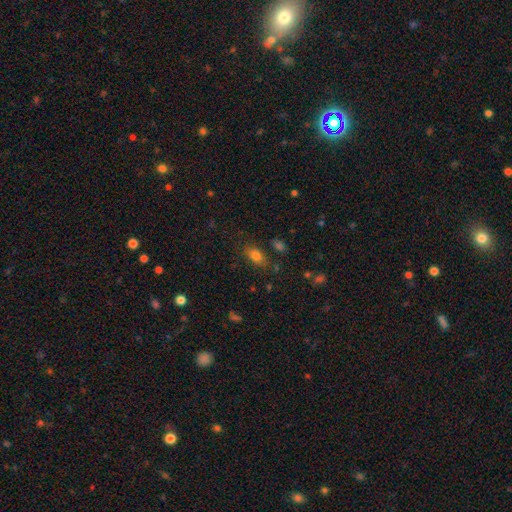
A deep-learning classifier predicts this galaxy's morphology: smooth 78%, star or artifact 12%, featured or disk 10%. Down the decision tree: how rounded — in between (84%); merging — none (77%).